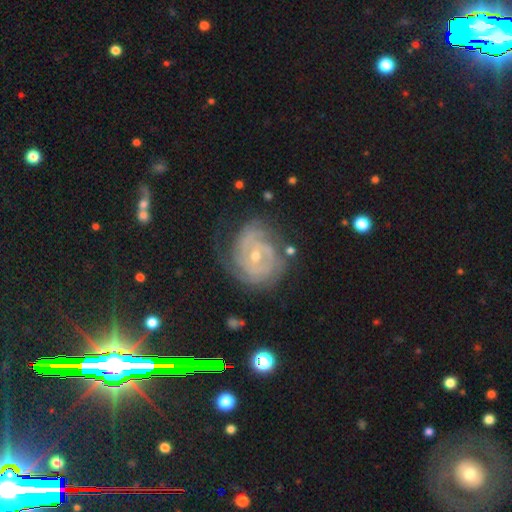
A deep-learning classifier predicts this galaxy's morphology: featured or disk 86%, smooth 7%, star or artifact 7%. Down the decision tree: edge-on disk — no (97%); bar — no (55%); spiral arms — yes (95%); spiral arm count — 2 (31%); spiral winding — tight (72%); bulge size — small (56%); merging — none (66%).